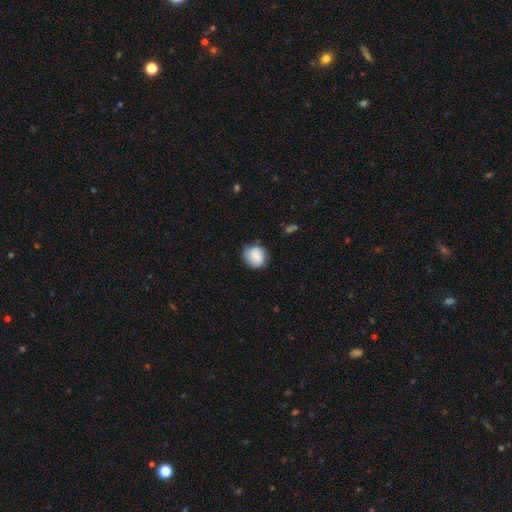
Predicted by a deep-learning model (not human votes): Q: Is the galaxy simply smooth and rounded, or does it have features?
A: smooth — 79%.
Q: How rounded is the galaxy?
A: round — 82%.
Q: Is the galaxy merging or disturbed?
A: none — 74%.